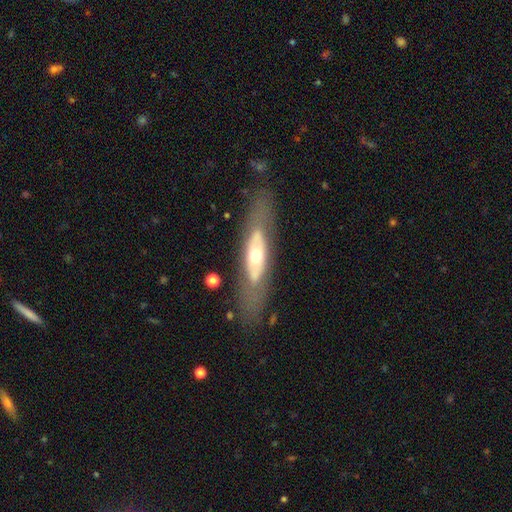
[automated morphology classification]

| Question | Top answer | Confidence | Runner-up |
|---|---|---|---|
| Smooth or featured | featured or disk | 59% | smooth (35%) |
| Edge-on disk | no | 63% | yes (37%) |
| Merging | none | 74% | minor disturbance (15%) |